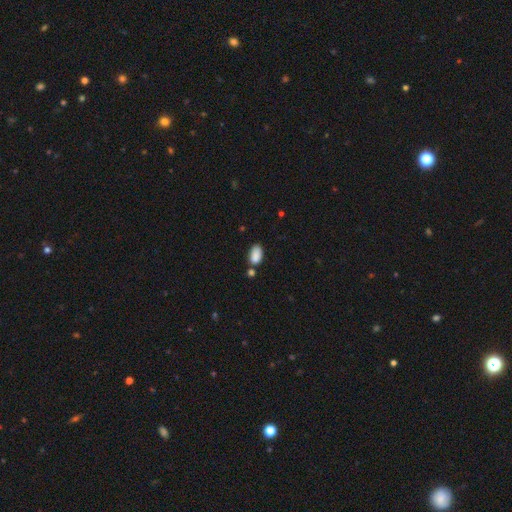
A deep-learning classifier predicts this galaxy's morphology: This is clearly a smooth galaxy (87%). How rounded: clearly in between (93%). Merging: likely none (61%).